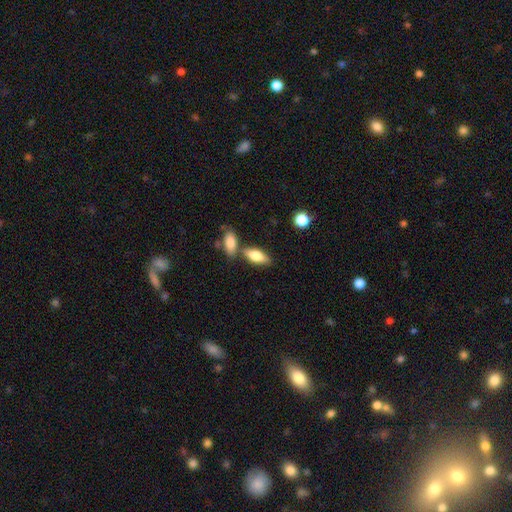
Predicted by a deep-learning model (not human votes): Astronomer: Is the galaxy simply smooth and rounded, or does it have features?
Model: smooth — 77%.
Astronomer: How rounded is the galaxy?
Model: in between — 80%.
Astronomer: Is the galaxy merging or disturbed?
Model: none — 60%.